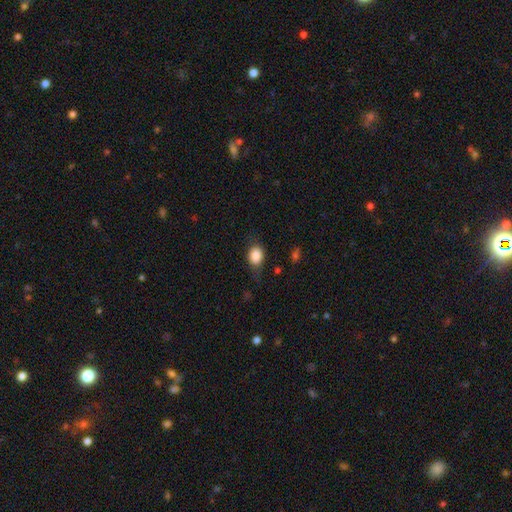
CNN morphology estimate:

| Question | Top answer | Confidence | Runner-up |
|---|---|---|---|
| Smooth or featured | smooth | 84% | star or artifact (8%) |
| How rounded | in between | 60% | round (38%) |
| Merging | none | 61% | minor disturbance (26%) |